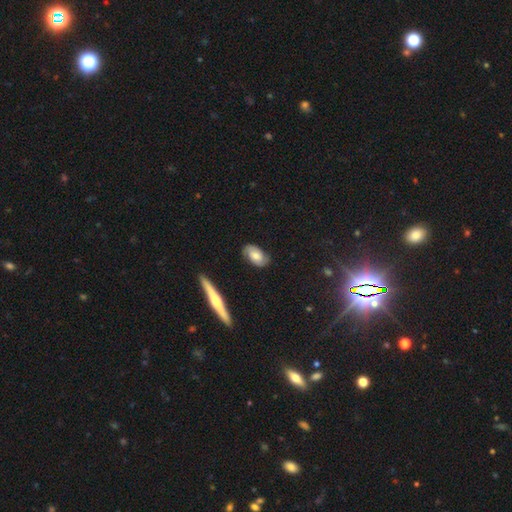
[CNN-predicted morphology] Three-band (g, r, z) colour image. It shows a featured or disk galaxy (50%). Merging: none (80%).